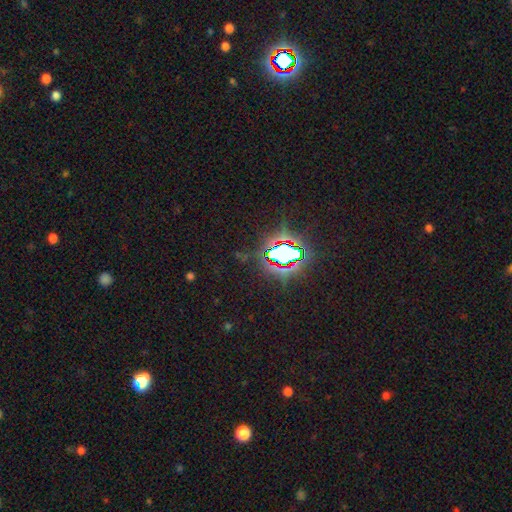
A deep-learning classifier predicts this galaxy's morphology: This appears to be a star or artifact, not a galaxy (82%).